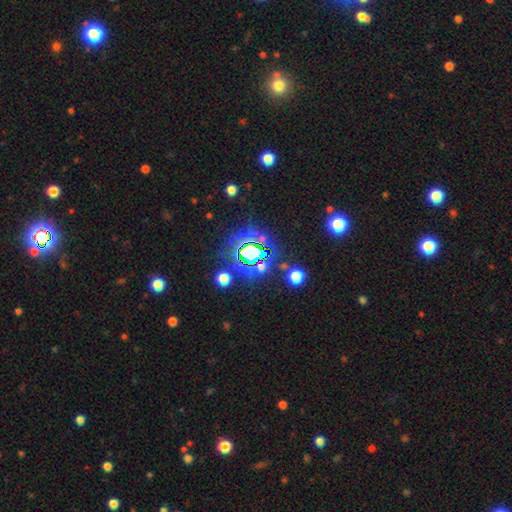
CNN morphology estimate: Smooth or featured? Predicted: star or artifact (p=0.69).